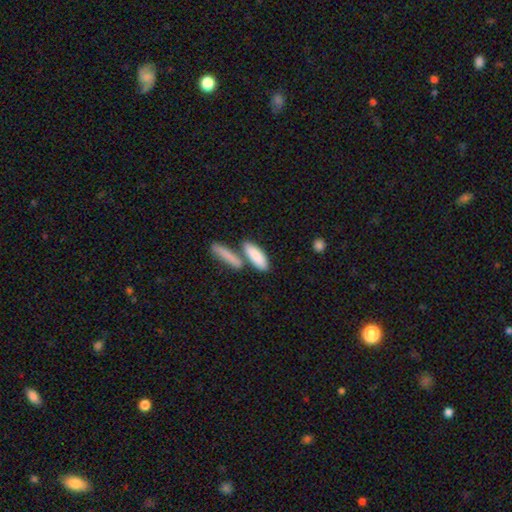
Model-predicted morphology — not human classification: smooth 84%, featured or disk 11%, star or artifact 5%. Down the decision tree: how rounded — in between (58%); merging — none (55%).